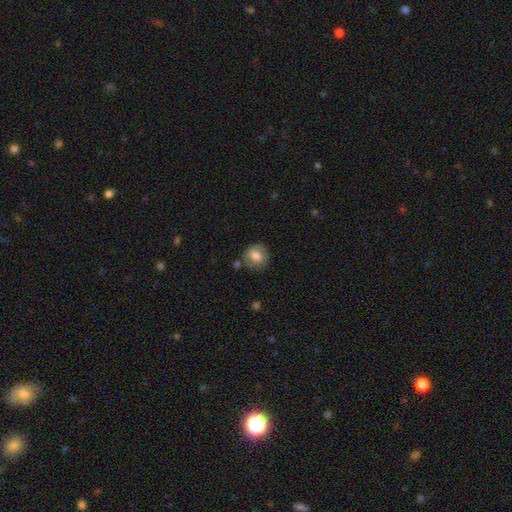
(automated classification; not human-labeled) Q: Smooth or featured?
A: smooth (66%); runner-up: featured or disk (26%)
Q: How rounded?
A: round (87%); runner-up: in between (12%)
Q: Merging?
A: none (74%); runner-up: minor disturbance (16%)